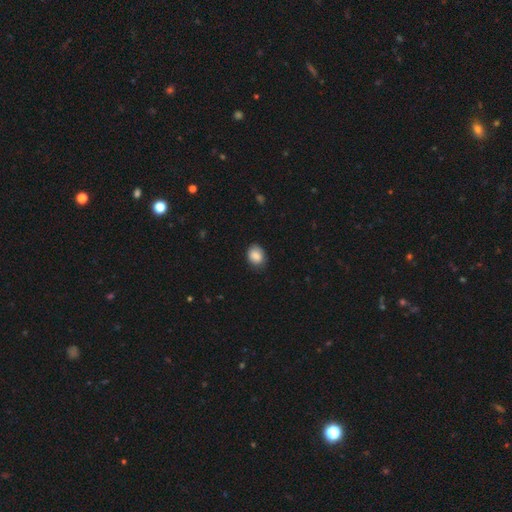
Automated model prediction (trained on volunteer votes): This appears to be a smooth galaxy with no disk features (86%) that is in between round and cigar-shaped (58%). Merging: none (78%).